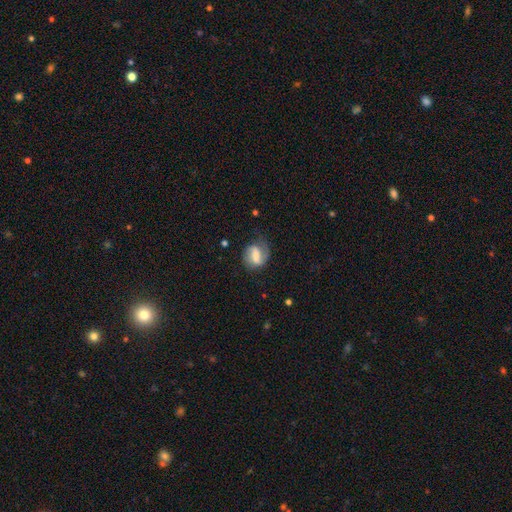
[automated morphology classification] The model was most divided on "bar": weak: 42%, strong: 41%, no: 17%. Remaining: edge-on disk — no (97%); spiral arms — yes (87%); spiral arm count — 2 (78%); merging — none (65%); smooth or featured — featured or disk (65%); spiral winding — loose (41%); bulge size — moderate (34%).